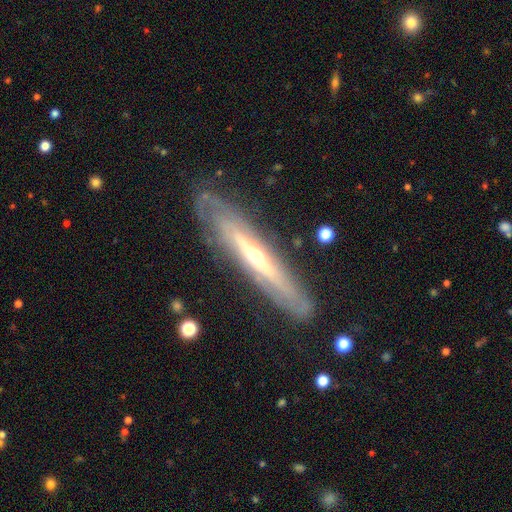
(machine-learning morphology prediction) Smooth or featured: featured or disk — 80% (smooth — 14%)
Edge-on disk: yes — 63% (no — 37%)
Edge-on bulge: rounded — 75% (none — 23%)
Merging: none — 79% (minor disturbance — 15%)